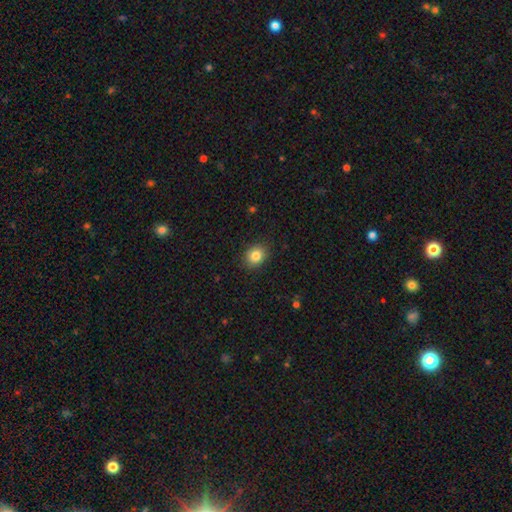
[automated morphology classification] Q: Smooth or featured?
A: smooth (84%); runner-up: star or artifact (10%)
Q: How rounded?
A: round (60%); runner-up: in between (39%)
Q: Merging?
A: none (89%); runner-up: minor disturbance (8%)